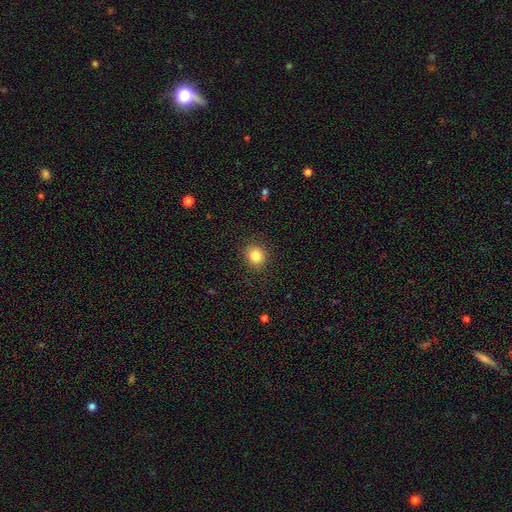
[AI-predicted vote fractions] smooth 84%, star or artifact 11%, featured or disk 5%. Down the decision tree: how rounded — round (85%); merging — none (90%).